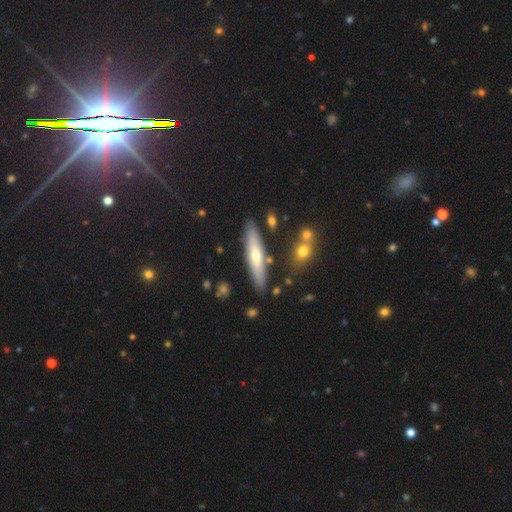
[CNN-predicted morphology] This is possibly a featured or disk galaxy (47%). Merging: clearly none (84%).